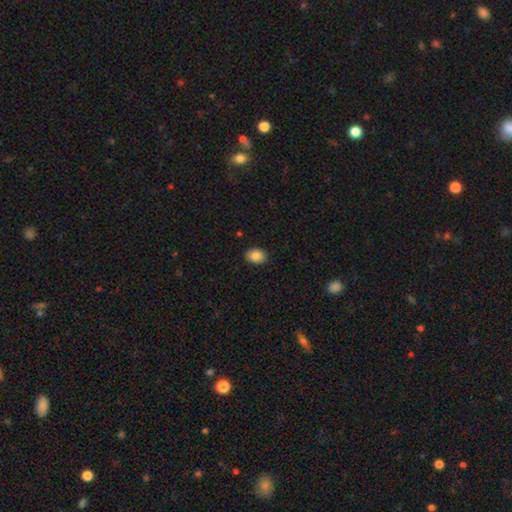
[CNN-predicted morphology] smooth_or_featured: smooth (p=0.86) [alt: star or artifact p=0.08]
how_rounded: in between (p=0.78) [alt: round p=0.21]
merging: none (p=0.89) [alt: minor disturbance p=0.08]